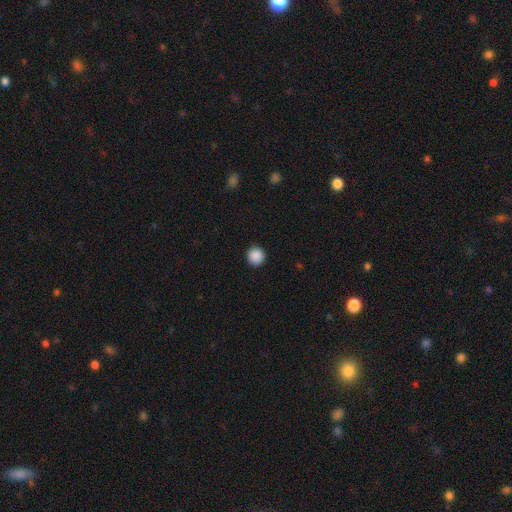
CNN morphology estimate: Q: Smooth or featured?
A: smooth (89%); runner-up: star or artifact (9%)
Q: How rounded?
A: round (94%); runner-up: in between (6%)
Q: Merging?
A: none (92%); runner-up: minor disturbance (5%)